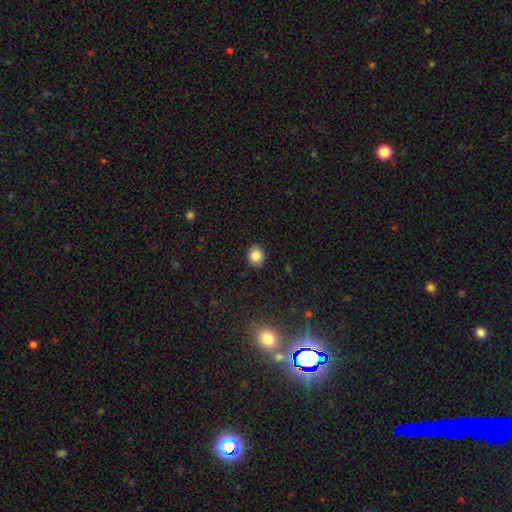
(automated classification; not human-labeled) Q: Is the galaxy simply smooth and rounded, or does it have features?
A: smooth — 84%.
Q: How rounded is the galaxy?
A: round — 70%.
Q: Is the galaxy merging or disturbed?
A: none — 90%.